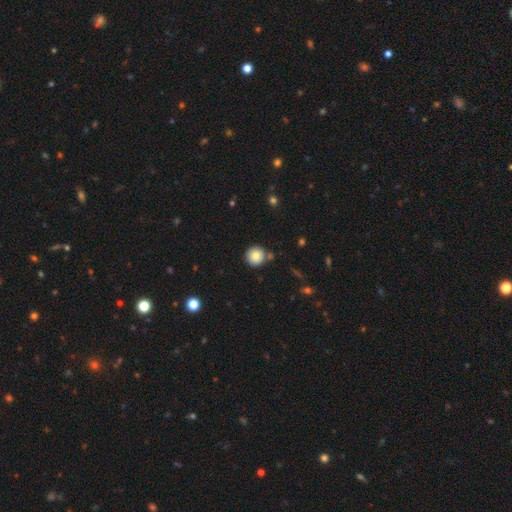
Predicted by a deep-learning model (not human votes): smooth_or_featured: smooth (p=0.80) [alt: star or artifact p=0.10]
how_rounded: round (p=0.95) [alt: in between p=0.04]
merging: none (p=0.83) [alt: minor disturbance p=0.08]